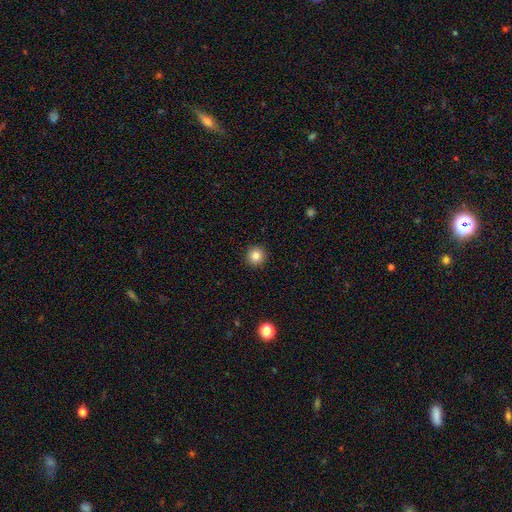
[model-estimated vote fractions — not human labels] A smooth galaxy with no disk features (85%) that is round (94%). Merging: none (93%).